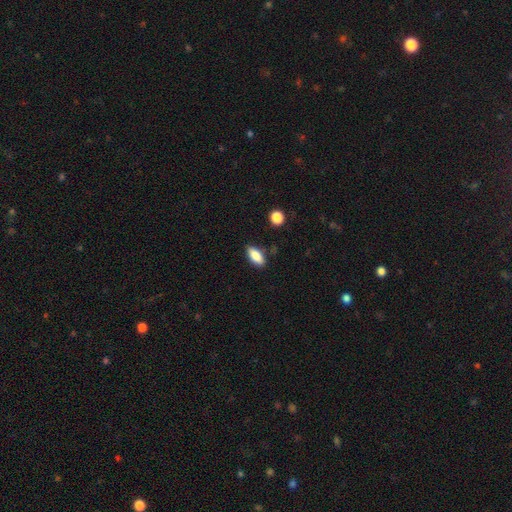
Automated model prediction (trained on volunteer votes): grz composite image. It shows a smooth galaxy with no disk features (85%) that is in between round and cigar-shaped (84%). Merging: none (82%).